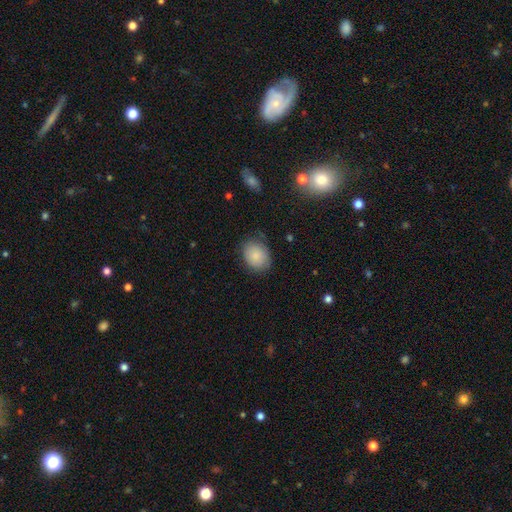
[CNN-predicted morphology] smooth_or_featured: smooth (p=0.85) [alt: featured or disk p=0.07]
how_rounded: in between (p=0.57) [alt: round p=0.42]
merging: none (p=0.78) [alt: minor disturbance p=0.16]